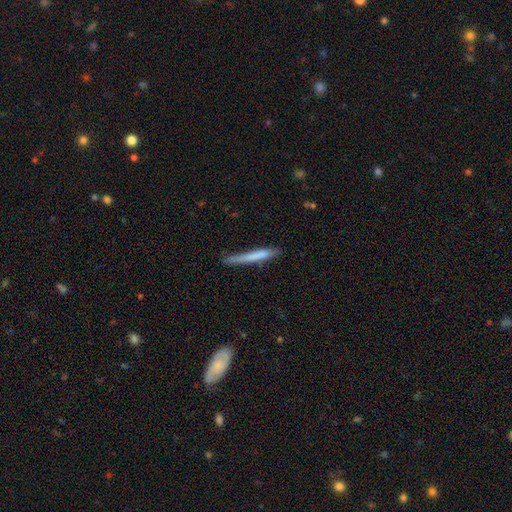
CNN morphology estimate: The model was most divided on "smooth or featured": smooth: 67%, featured or disk: 27%, star or artifact: 6%. More confident: how rounded — cigar-shaped (96%); merging — none (70%).